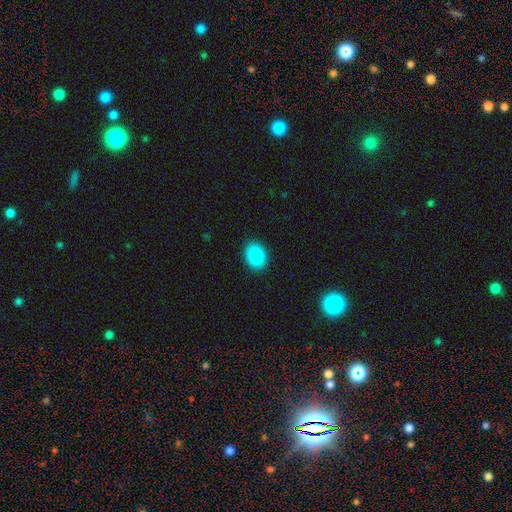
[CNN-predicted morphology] Smooth or featured? Predicted: smooth (p=0.90). How rounded? Predicted: in between (p=0.61). Merging? Predicted: none (p=0.90).